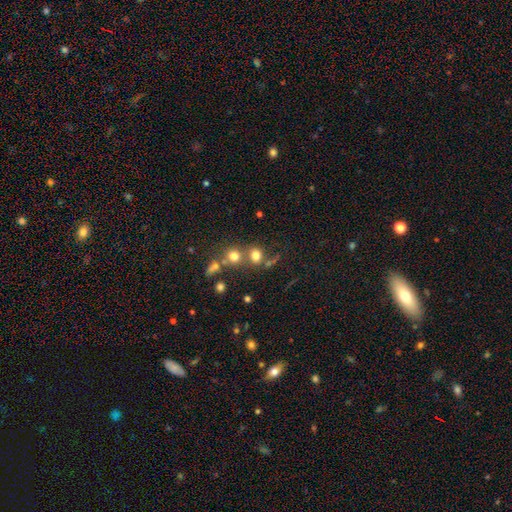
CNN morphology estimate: A smooth galaxy with no disk features (72%) that is round (75%). Merging: none (50%).